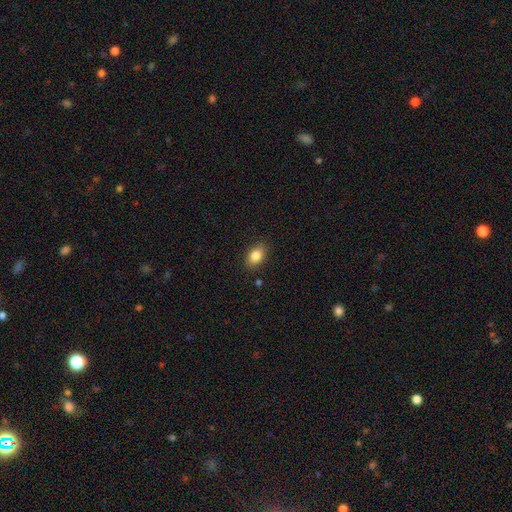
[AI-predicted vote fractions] Smooth or featured: smooth — 84% (star or artifact — 8%)
How rounded: in between — 83% (round — 15%)
Merging: none — 87% (minor disturbance — 10%)